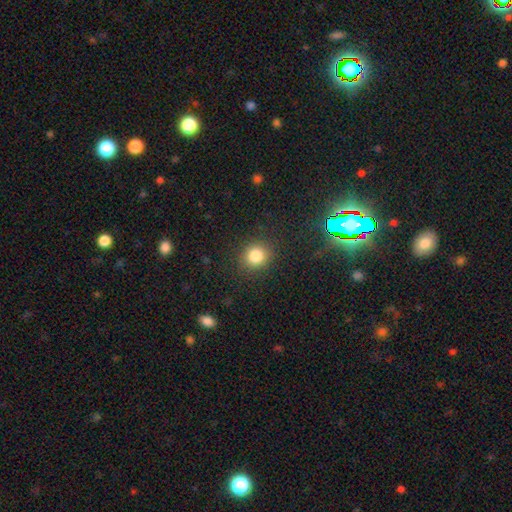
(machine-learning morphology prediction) smooth 82%, star or artifact 12%, featured or disk 6%. Down the decision tree: how rounded — round (82%); merging — none (88%).